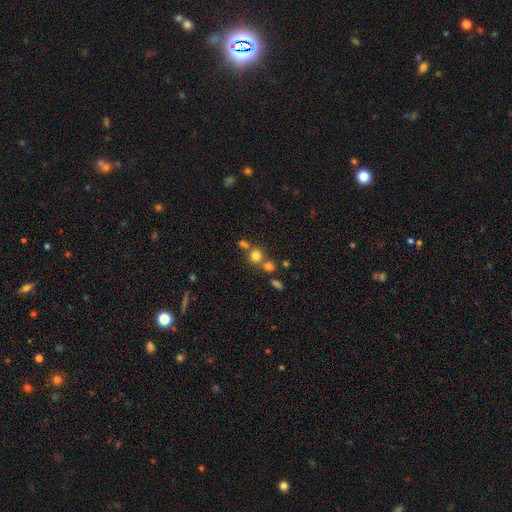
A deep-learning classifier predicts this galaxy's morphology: smooth-or-featured: smooth: 74% | star or artifact: 17% | featured or disk: 9%
  how-rounded: round: 89% | in between: 10% | cigar-shaped: 1%
  merging: none: 60% | merger: 28% | minor disturbance: 8% | major disturbance: 4%